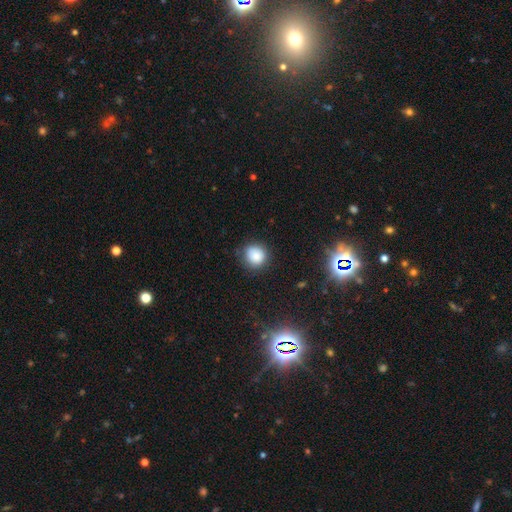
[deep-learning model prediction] Smooth or featured? Predicted: smooth (p=0.84). How rounded? Predicted: round (p=0.87). Merging? Predicted: none (p=0.78).